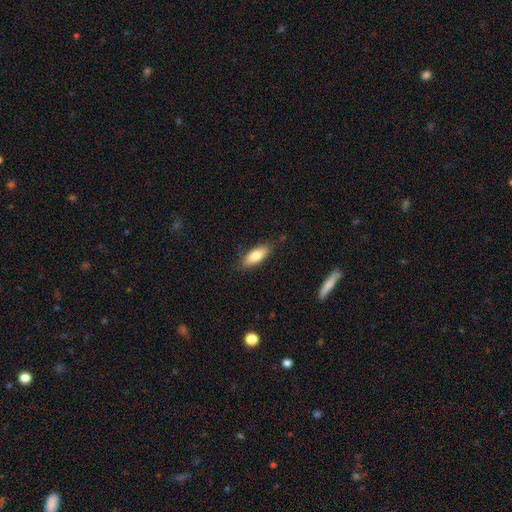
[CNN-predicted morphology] A smooth galaxy with no disk features (79%) that is in between round and cigar-shaped (73%).

Vote fractions:
- Smooth or featured? smooth: 79% / featured or disk: 15% / star or artifact: 6%
- How rounded? in between: 73% / cigar-shaped: 25% / round: 2%
- Merging? none: 83% / minor disturbance: 13% / major disturbance: 2% / merger: 1%